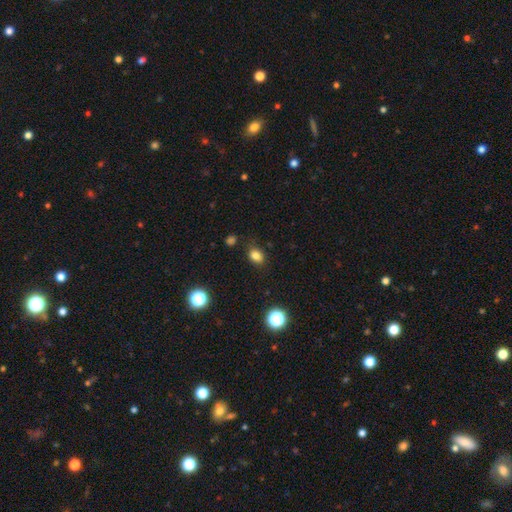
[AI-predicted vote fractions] smooth 82%, star or artifact 13%, featured or disk 5%. Down the decision tree: how rounded — in between (65%); merging — none (80%).